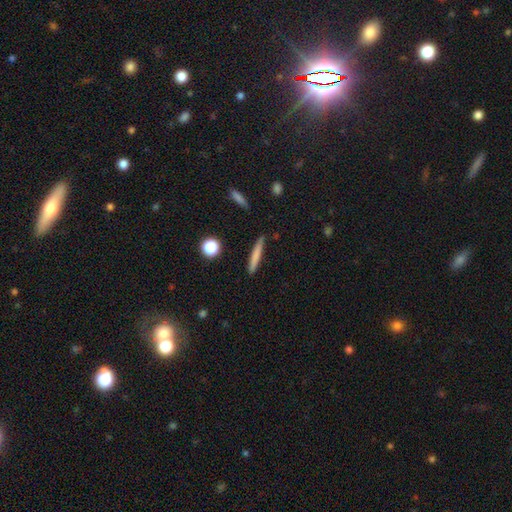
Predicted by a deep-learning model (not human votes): smooth_or_featured: smooth (p=0.71) [alt: featured or disk p=0.21]
how_rounded: cigar-shaped (p=0.94) [alt: in between p=0.04]
merging: none (p=0.85) [alt: minor disturbance p=0.10]